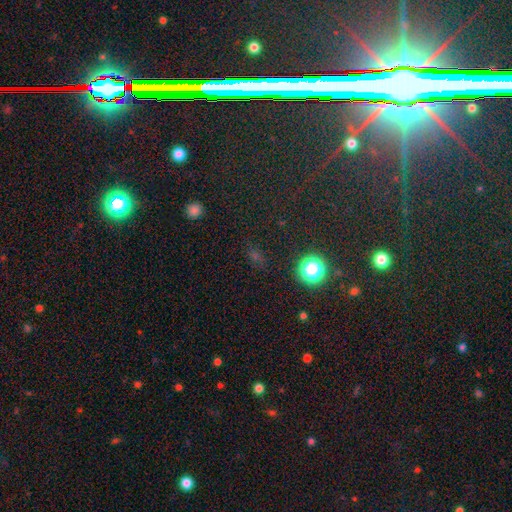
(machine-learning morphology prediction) This is possibly a star or artifact rather than a galaxy (56%).